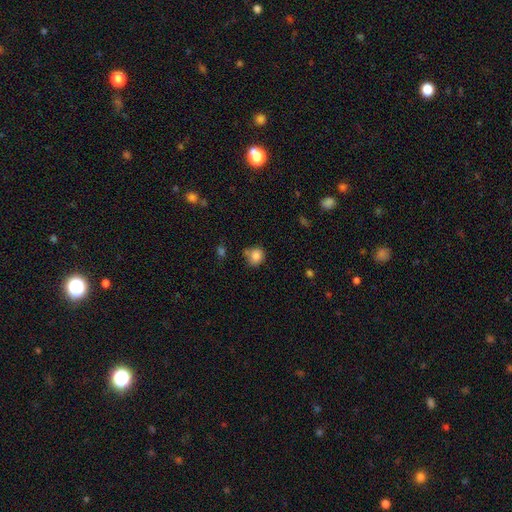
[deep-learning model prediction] smooth 83%, star or artifact 10%, featured or disk 7%. Down the decision tree: how rounded — round (78%); merging — none (64%).